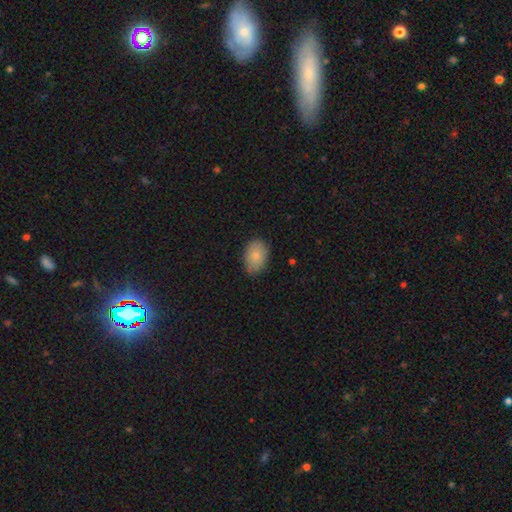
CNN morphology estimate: The model was most divided on "merging": none: 81%, minor disturbance: 16%, major disturbance: 3%, merger: 1%. More confident: how rounded — in between (84%); smooth or featured — smooth (80%).